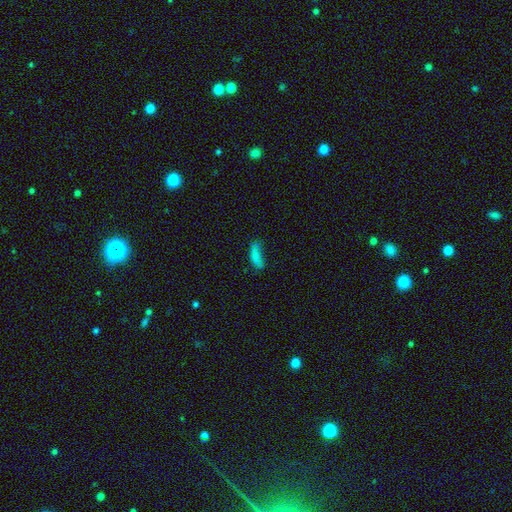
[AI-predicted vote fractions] Morphology: type=smooth (79%); roundness=cigar-shaped (52%); merging=none (51%).